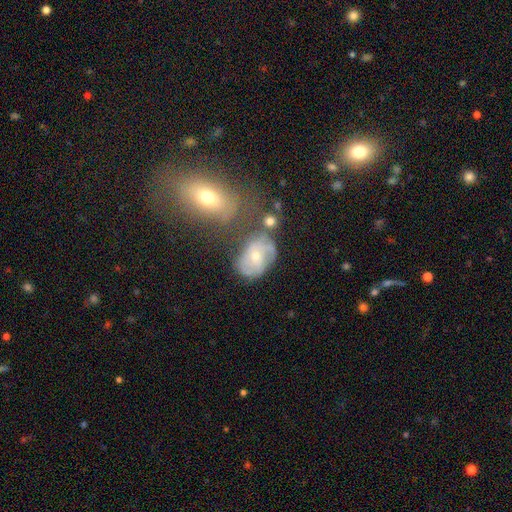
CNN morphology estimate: The model was most divided on "spiral arm count": can't tell: 38%, 2: 27%, 3: 21%, 4: 5%, 1: 5%, more than 4: 4%. Remaining: edge-on disk — no (96%); spiral arms — yes (81%); bar — no (70%); smooth or featured — featured or disk (66%); bulge size — small (56%); spiral winding — tight (50%); merging — none (45%).